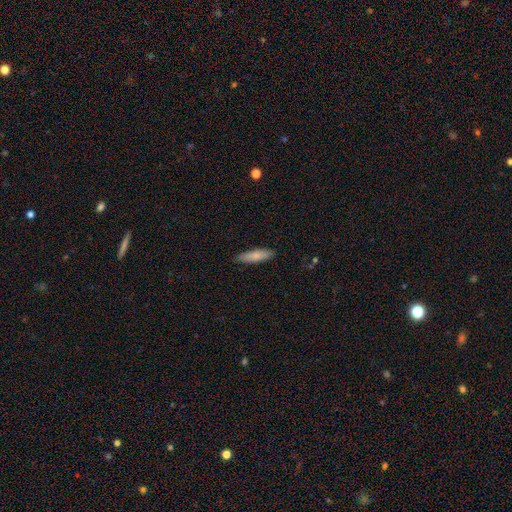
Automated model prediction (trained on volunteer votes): Morphology: type=smooth (79%); roundness=cigar-shaped (67%); merging=none (88%).